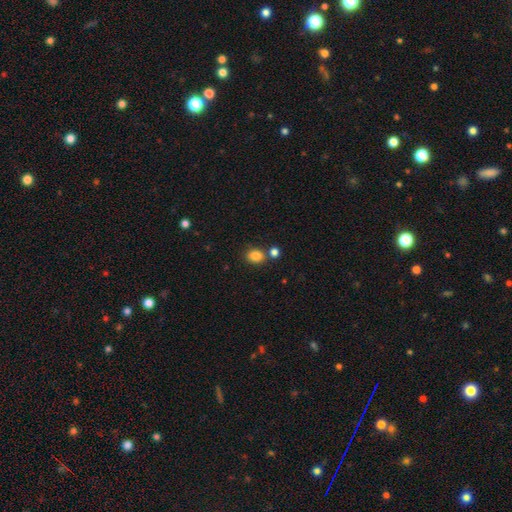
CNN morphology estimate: This appears to be a smooth galaxy with no disk features (84%) that is round (50%). Merging: none (72%).